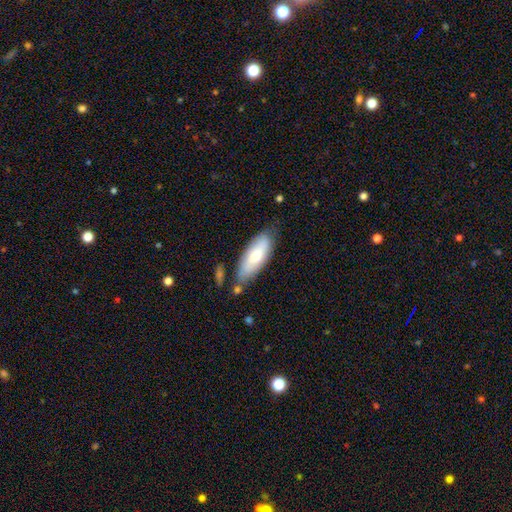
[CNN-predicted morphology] smooth-or-featured: smooth: 74% | featured or disk: 21% | star or artifact: 5%
  how-rounded: in between: 69% | cigar-shaped: 29% | round: 2%
  merging: none: 68% | minor disturbance: 21% | merger: 6% | major disturbance: 5%